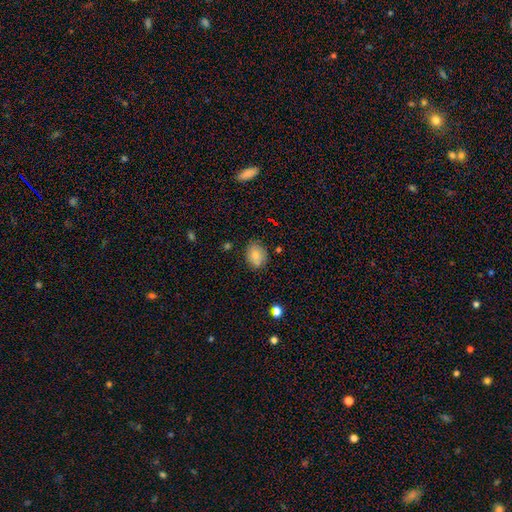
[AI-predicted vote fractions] This is likely a smooth galaxy (78%). How rounded: possibly in between (52%). Merging: likely none (78%).